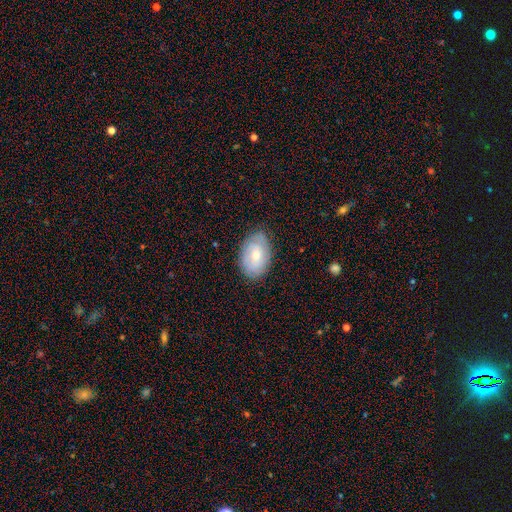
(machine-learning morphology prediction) type=smooth (52%); roundness=in between (90%); merging=none (79%).